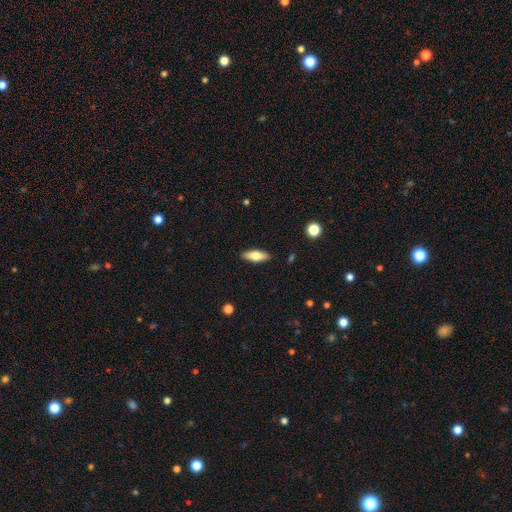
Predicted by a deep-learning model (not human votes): Smooth or featured? smooth (70%)
How rounded? in between (67%)
Merging? none (89%)